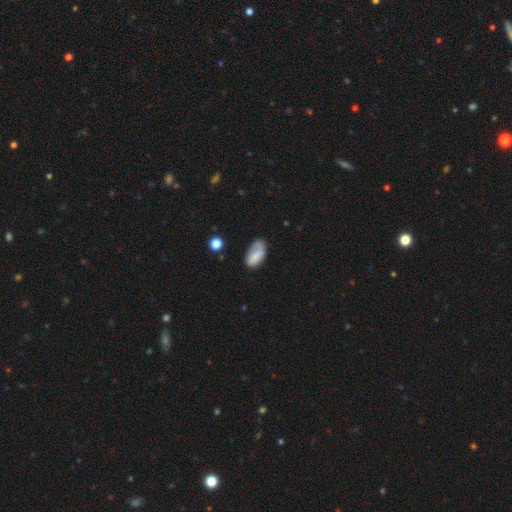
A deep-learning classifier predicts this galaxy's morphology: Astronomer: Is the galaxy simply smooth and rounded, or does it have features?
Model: smooth — 75%.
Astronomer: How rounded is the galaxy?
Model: in between — 92%.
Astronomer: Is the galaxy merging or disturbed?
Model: none — 53% (runner-up: minor disturbance, 31%).